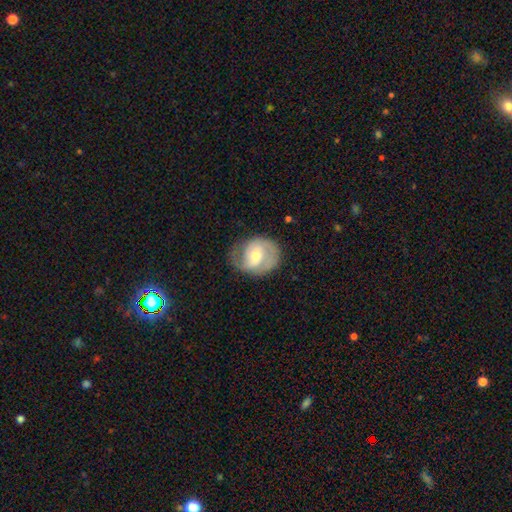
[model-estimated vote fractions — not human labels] The model was most divided on "bar": weak: 44%, no: 43%, strong: 12%. Remaining: edge-on disk — no (97%); spiral arms — yes (89%); smooth or featured — featured or disk (72%); spiral arm count — 2 (71%); merging — none (64%); bulge size — moderate (60%); spiral winding — medium (46%).